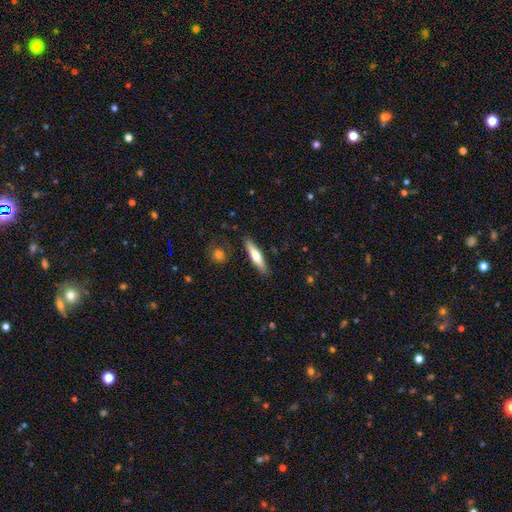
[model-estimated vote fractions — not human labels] smooth 54%, featured or disk 40%, star or artifact 6%. Down the decision tree: how rounded — cigar-shaped (82%); merging — none (87%).